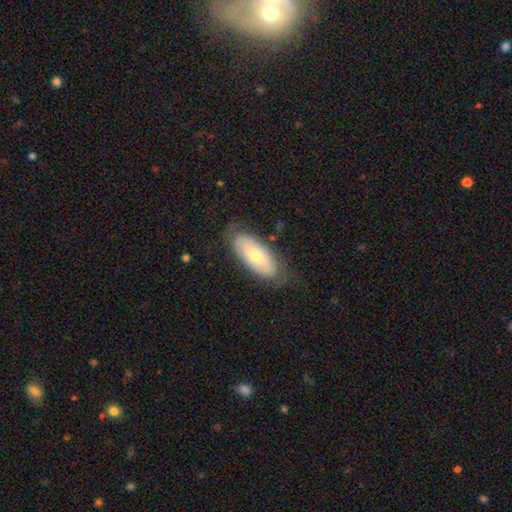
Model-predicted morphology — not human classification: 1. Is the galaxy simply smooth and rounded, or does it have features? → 59% smooth, 34% featured or disk, 6% star or artifact.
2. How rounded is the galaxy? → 85% in between, 13% cigar-shaped, 2% round.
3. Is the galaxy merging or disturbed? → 74% none, 19% minor disturbance, 6% major disturbance, 1% merger.